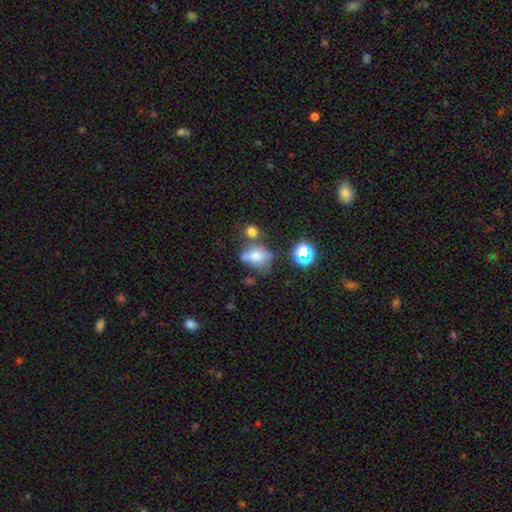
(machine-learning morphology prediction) type=smooth (59%); roundness=in between (63%); merging=none (42%).